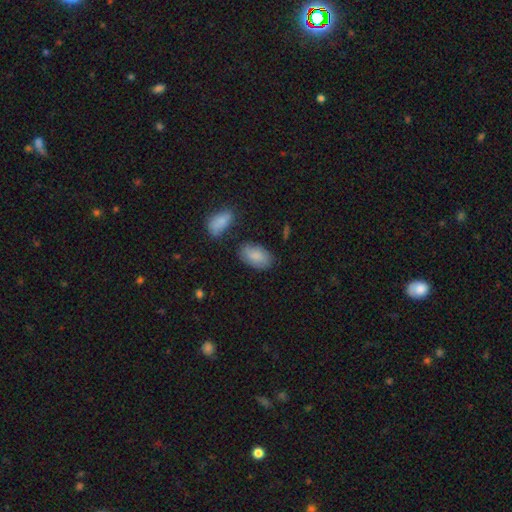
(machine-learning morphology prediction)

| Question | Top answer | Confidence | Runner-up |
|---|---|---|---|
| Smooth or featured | smooth | 84% | featured or disk (10%) |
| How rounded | in between | 94% | round (4%) |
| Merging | none | 74% | minor disturbance (17%) |